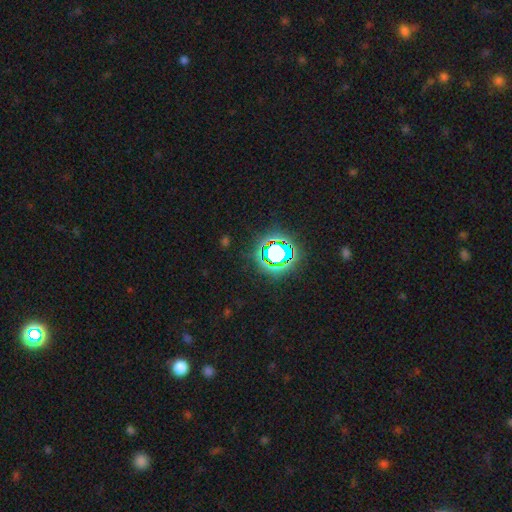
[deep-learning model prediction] Q: Smooth or featured?
A: star or artifact (79%); runner-up: smooth (14%)